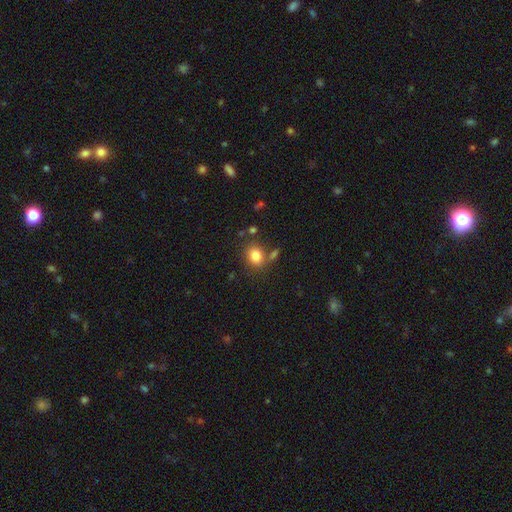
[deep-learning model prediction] Smooth or featured? Predicted: smooth (p=0.81). How rounded? Predicted: round (p=0.54). Merging? Predicted: none (p=0.71).